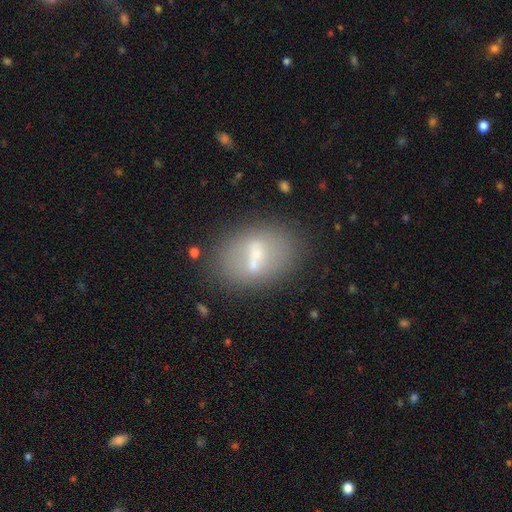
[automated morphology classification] A smooth galaxy with no disk features (45%). Merging: none (66%).